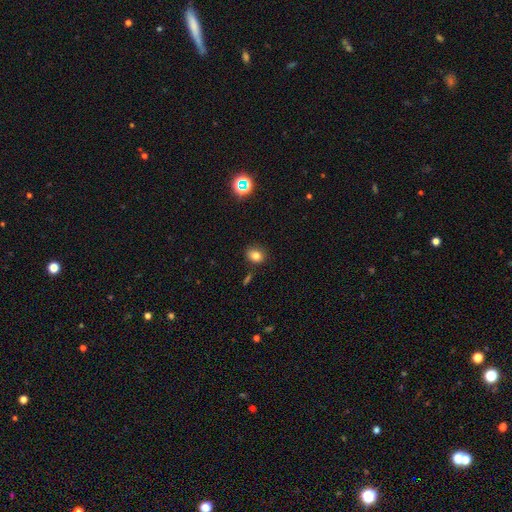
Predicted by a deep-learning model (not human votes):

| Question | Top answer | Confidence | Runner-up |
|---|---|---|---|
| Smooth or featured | smooth | 81% | star or artifact (13%) |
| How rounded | in between | 55% | round (44%) |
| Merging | none | 82% | minor disturbance (11%) |